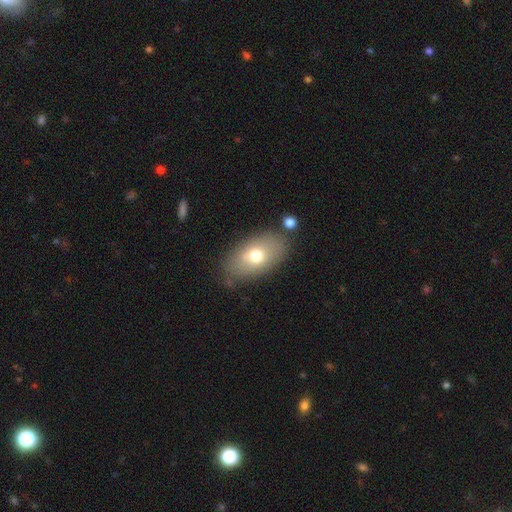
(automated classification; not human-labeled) This is likely a smooth galaxy (71%). How rounded: clearly in between (91%). Merging: likely none (78%).